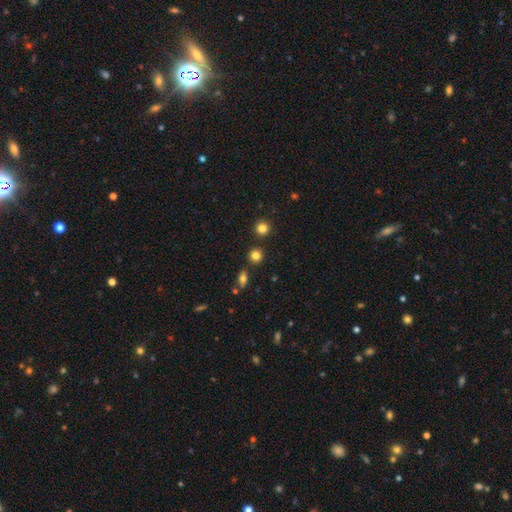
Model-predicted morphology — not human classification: Smooth or featured? smooth (81%)
How rounded? round (87%)
Merging? none (83%)